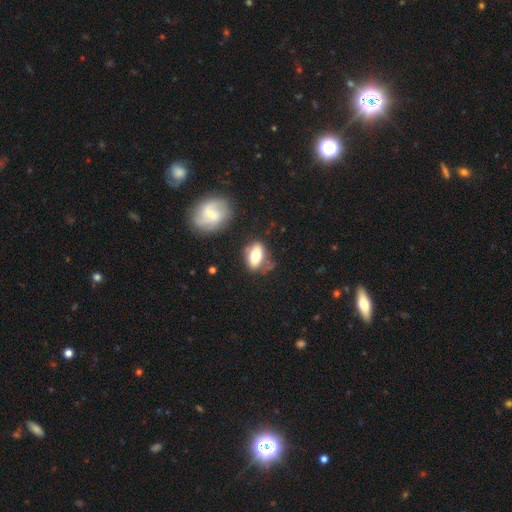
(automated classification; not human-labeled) A smooth galaxy with no disk features (66%) that is in between round and cigar-shaped (83%).

Vote fractions:
- Smooth or featured? smooth: 66% / featured or disk: 26% / star or artifact: 8%
- How rounded? in between: 83% / round: 11% / cigar-shaped: 6%
- Merging? none: 57% / minor disturbance: 25% / major disturbance: 10% / merger: 8%